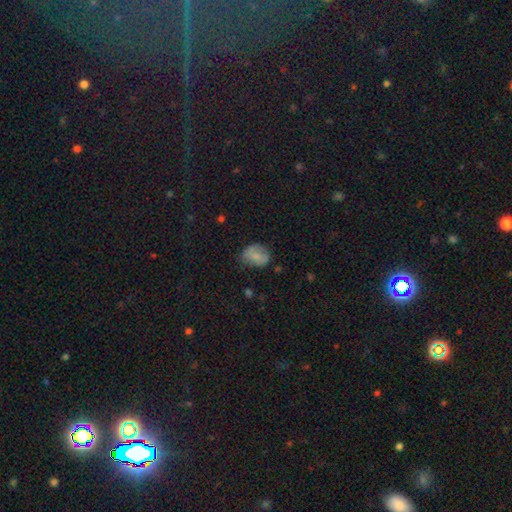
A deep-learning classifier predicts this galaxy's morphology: A smooth galaxy with no disk features (71%) that is in between round and cigar-shaped (59%). Merging: none (61%).